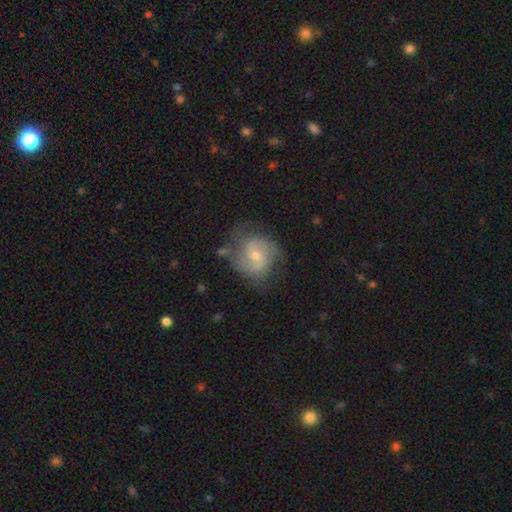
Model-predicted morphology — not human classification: Smooth or featured? featured or disk (75%)
Edge-on disk? no (98%)
Bar? no (53%)
Spiral arms? yes (93%)
Spiral winding? medium (49%)
Spiral arm count? 2 (76%)
Bulge size? small (51%)
Merging? none (71%)